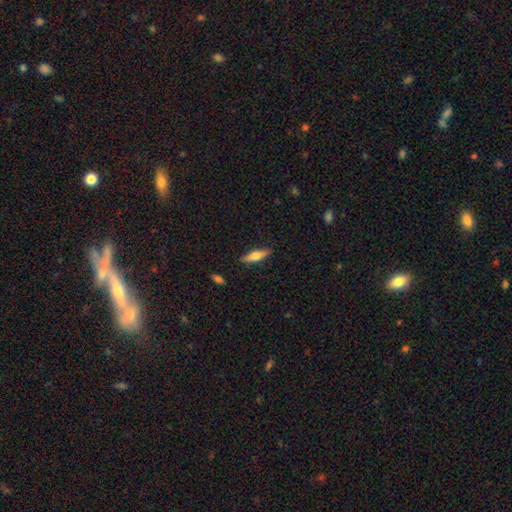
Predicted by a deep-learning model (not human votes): Smooth or featured? smooth (53%)
How rounded? cigar-shaped (61%)
Merging? none (88%)